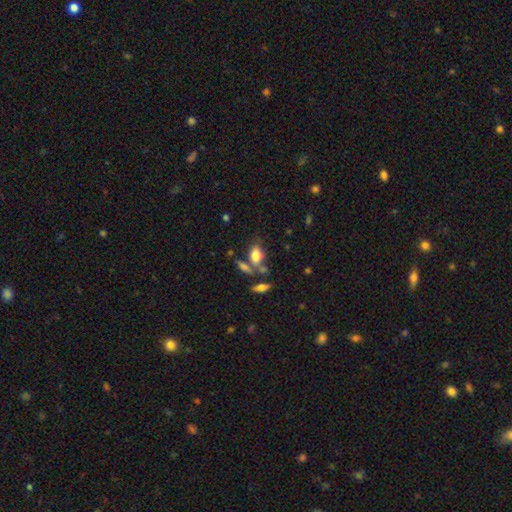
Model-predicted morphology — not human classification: smooth_or_featured: smooth (p=0.77) [alt: featured or disk p=0.13]
how_rounded: in between (p=0.85) [alt: round p=0.11]
merging: none (p=0.53) [alt: merger p=0.25]